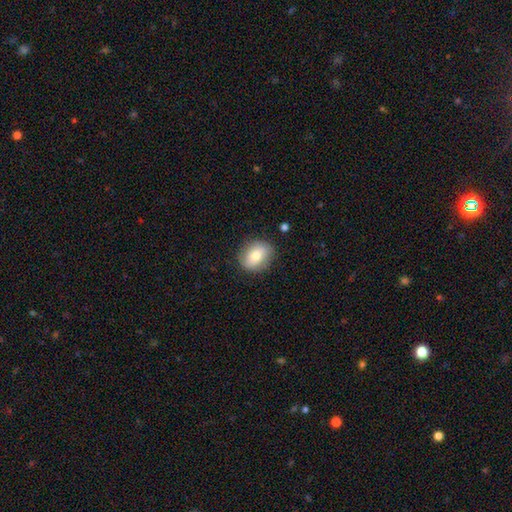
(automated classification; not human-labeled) The model was most divided on "how rounded": round: 51%, in between: 48%, cigar-shaped: 1%. More confident: merging — none (81%); smooth or featured — smooth (69%).